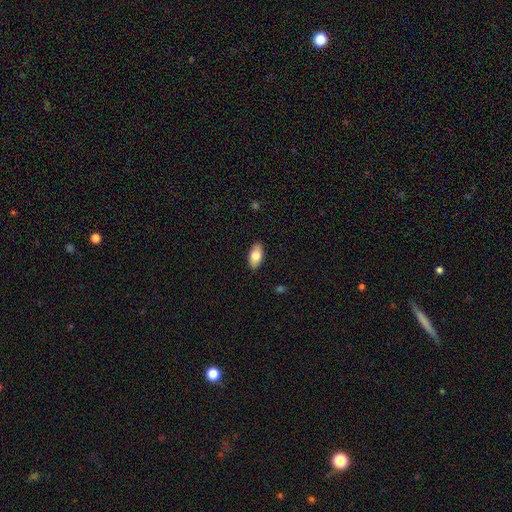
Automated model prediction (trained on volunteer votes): Smooth or featured?
  - smooth: 79% *
  - featured or disk: 15%
  - star or artifact: 6%
How rounded?
  - in between: 93% *
  - cigar-shaped: 4%
  - round: 3%
Merging?
  - none: 89% *
  - minor disturbance: 8%
  - major disturbance: 2%
  - merger: 1%